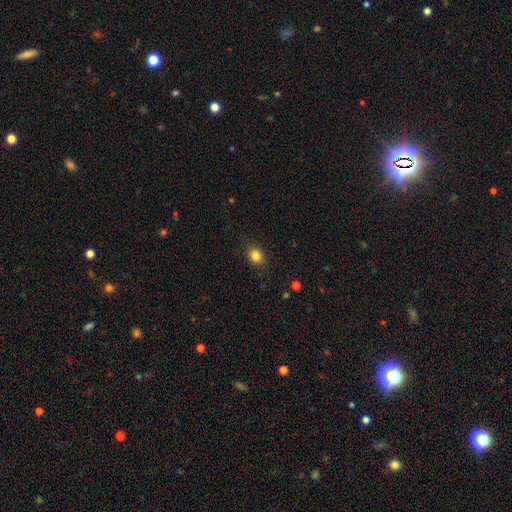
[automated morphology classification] Q: Smooth or featured?
A: smooth (83%); runner-up: star or artifact (11%)
Q: How rounded?
A: round (55%); runner-up: in between (44%)
Q: Merging?
A: none (87%); runner-up: minor disturbance (10%)